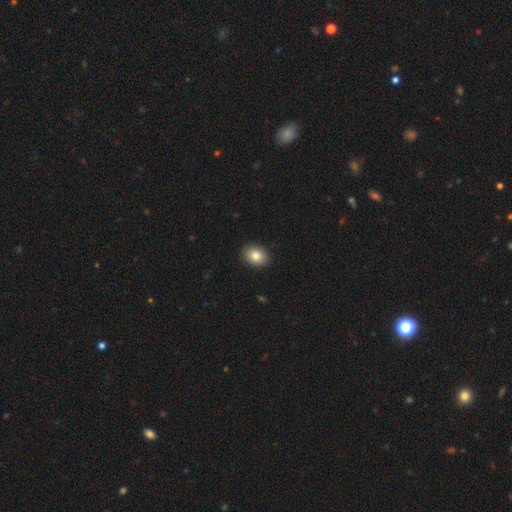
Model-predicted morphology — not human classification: This appears to be a smooth galaxy with no disk features (83%) that is in between round and cigar-shaped (68%). Merging: none (90%).